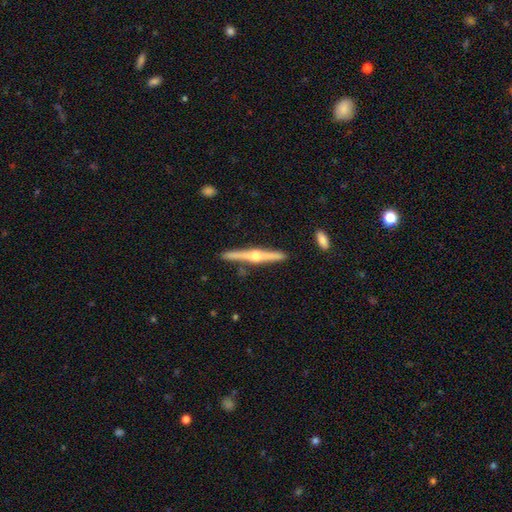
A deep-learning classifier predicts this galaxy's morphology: smooth-or-featured: featured or disk: 82% | smooth: 13% | star or artifact: 5%
  disk-edge-on: yes: 98% | no: 2%
    edge-on-bulge: rounded: 94% | none: 3% | boxy: 3%
  merging: none: 89% | minor disturbance: 7% | merger: 2% | major disturbance: 2%